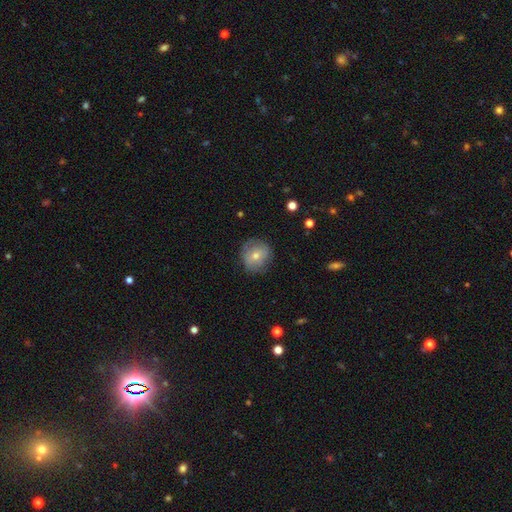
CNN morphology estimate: The model was most divided on "smooth or featured": smooth: 59%, featured or disk: 30%, star or artifact: 11%. More confident: how rounded — round (86%); merging — none (81%).